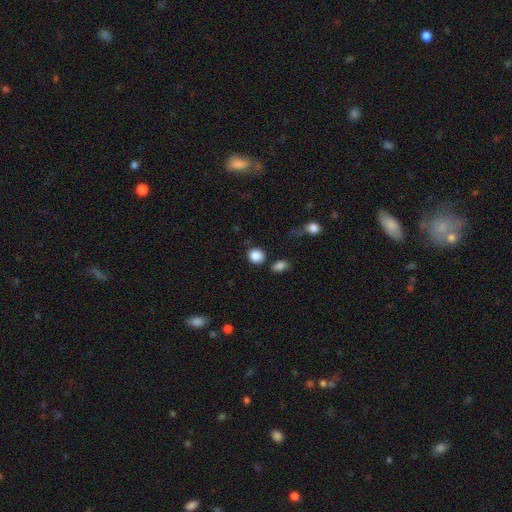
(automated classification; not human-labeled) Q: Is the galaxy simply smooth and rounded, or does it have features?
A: smooth — 88%.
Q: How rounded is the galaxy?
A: round — 82%.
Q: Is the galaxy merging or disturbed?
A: none — 79%.